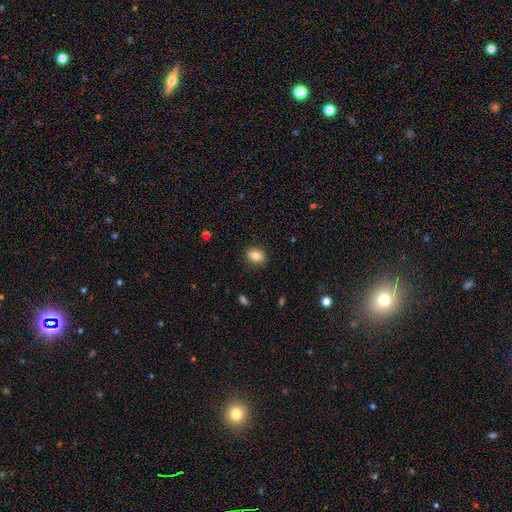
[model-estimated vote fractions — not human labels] Smooth or featured? smooth (81%)
How rounded? round (52%)
Merging? none (88%)